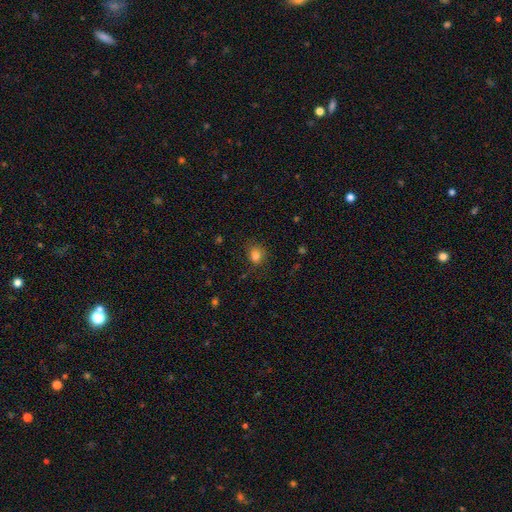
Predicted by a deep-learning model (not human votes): smooth 81%, star or artifact 13%, featured or disk 6%. Down the decision tree: how rounded — round (66%); merging — none (77%).